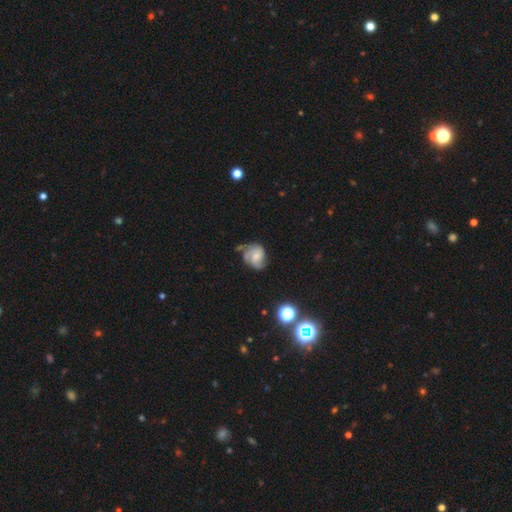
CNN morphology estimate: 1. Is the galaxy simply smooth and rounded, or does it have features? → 70% featured or disk, 21% smooth, 8% star or artifact.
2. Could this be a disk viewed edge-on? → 98% no, 2% yes.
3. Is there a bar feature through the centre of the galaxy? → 66% no, 29% weak, 5% strong.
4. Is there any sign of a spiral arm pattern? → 93% yes, 7% no.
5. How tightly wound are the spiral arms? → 44% medium, 41% tight, 15% loose.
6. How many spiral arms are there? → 43% 3, 26% 2, 17% can't tell, 6% 4, 5% 1, 4% more than 4.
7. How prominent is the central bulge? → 50% small, 35% moderate, 10% none, 3% large, 1% dominant.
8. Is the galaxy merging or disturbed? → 52% none, 29% minor disturbance, 15% major disturbance, 5% merger.